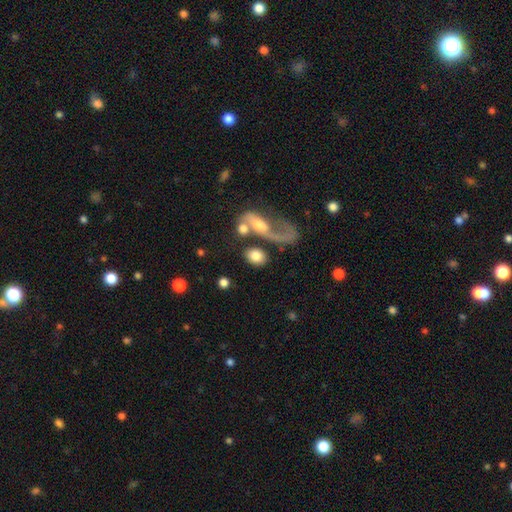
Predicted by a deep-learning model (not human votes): Smooth or featured: smooth — 73% (featured or disk — 19%)
How rounded: in between — 72% (round — 25%)
Merging: none — 43% (merger — 30%)